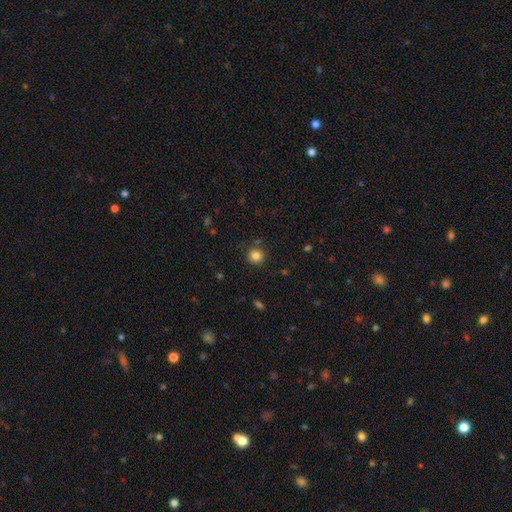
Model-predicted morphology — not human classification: smooth_or_featured: smooth (p=0.83) [alt: star or artifact p=0.12]
how_rounded: round (p=0.95) [alt: in between p=0.04]
merging: none (p=0.87) [alt: minor disturbance p=0.08]